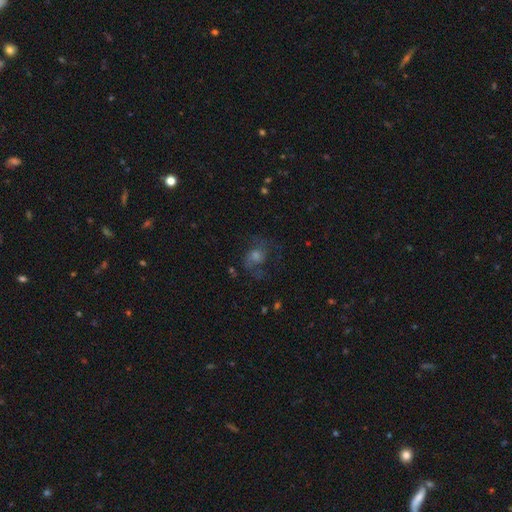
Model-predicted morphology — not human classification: smooth_or_featured: featured or disk (p=0.47) [alt: smooth p=0.29]
merging: none (p=0.56) [alt: major disturbance p=0.24]